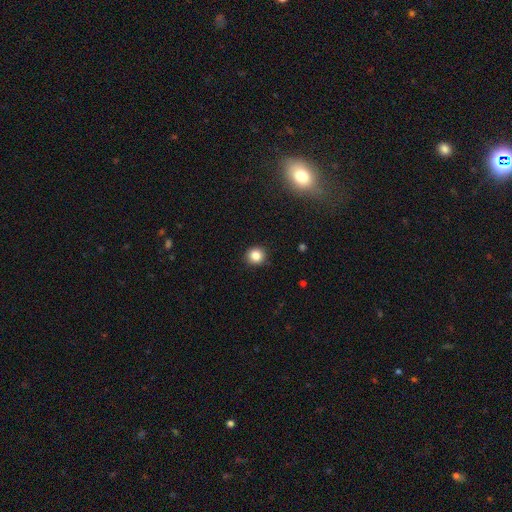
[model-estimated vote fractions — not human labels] Morphology: type=smooth (85%); roundness=round (92%); merging=none (91%).